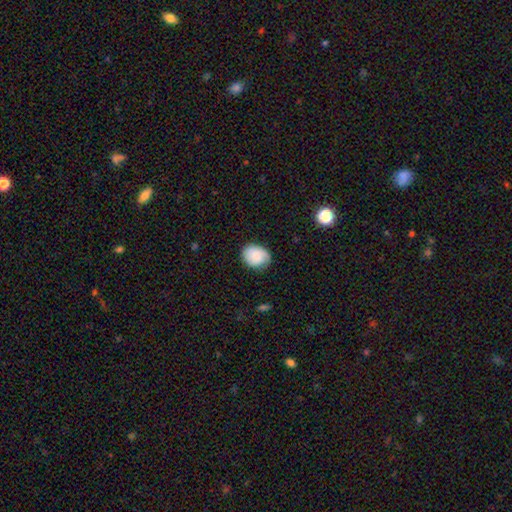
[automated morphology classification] Smooth or featured? Predicted: smooth (p=0.73). How rounded? Predicted: in between (p=0.50). Merging? Predicted: none (p=0.72).